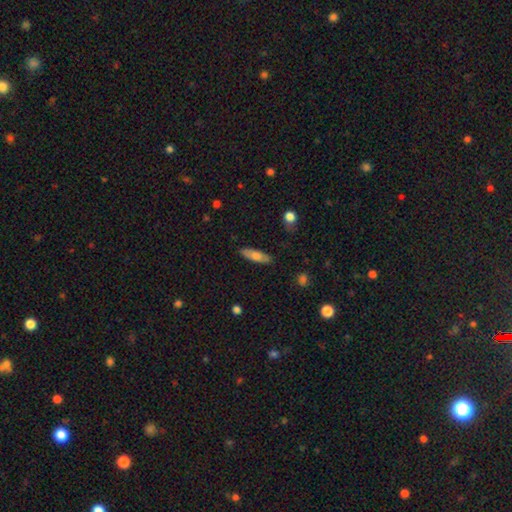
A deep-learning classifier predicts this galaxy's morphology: smooth-or-featured: smooth: 71% | featured or disk: 23% | star or artifact: 6%
  how-rounded: cigar-shaped: 53% | in between: 44% | round: 2%
  merging: none: 86% | minor disturbance: 11% | major disturbance: 2% | merger: 1%